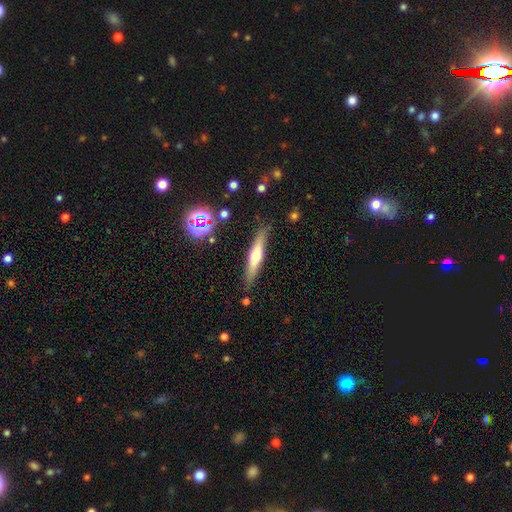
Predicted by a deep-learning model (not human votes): Smooth or featured? featured or disk (53%)
Edge-on disk? yes (93%)
Merging? none (86%)